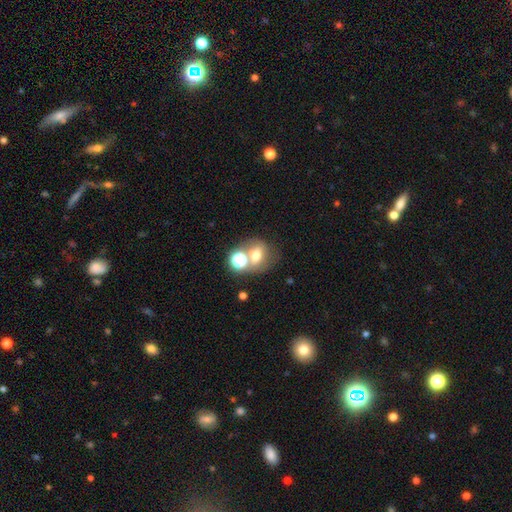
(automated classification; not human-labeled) Q: Smooth or featured?
A: smooth (58%); runner-up: featured or disk (23%)
Q: How rounded?
A: round (57%); runner-up: in between (41%)
Q: Merging?
A: none (40%); runner-up: merger (39%)